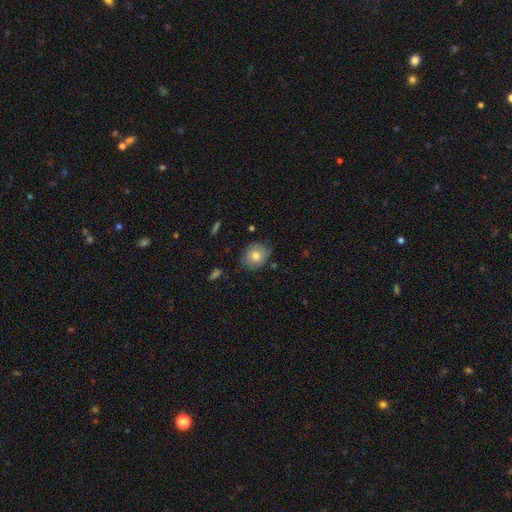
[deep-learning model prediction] The model was most divided on "how rounded": round: 72%, in between: 27%, cigar-shaped: 1%. More confident: merging — none (72%); smooth or featured — smooth (69%).